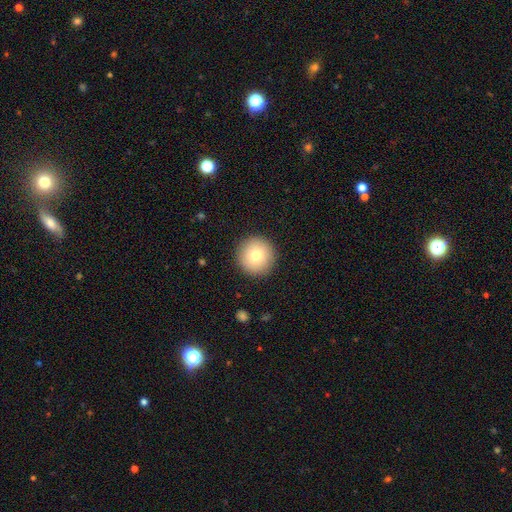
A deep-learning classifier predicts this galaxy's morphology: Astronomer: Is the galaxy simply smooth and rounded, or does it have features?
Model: smooth — 78%.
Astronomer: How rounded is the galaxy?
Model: round — 96%.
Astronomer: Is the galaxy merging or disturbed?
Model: none — 91%.